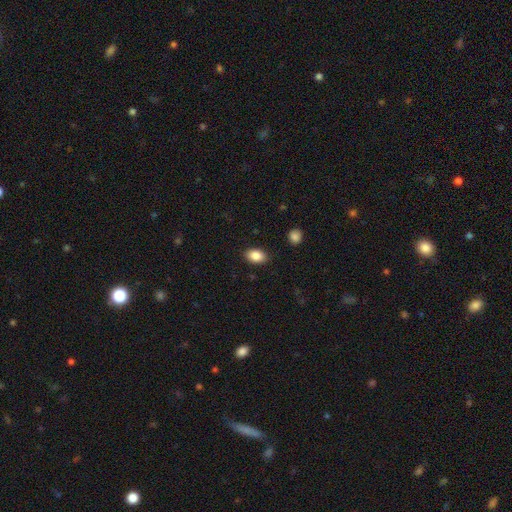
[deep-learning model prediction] Smooth or featured: smooth — 87% (star or artifact — 8%)
How rounded: in between — 88% (round — 10%)
Merging: none — 88% (minor disturbance — 8%)